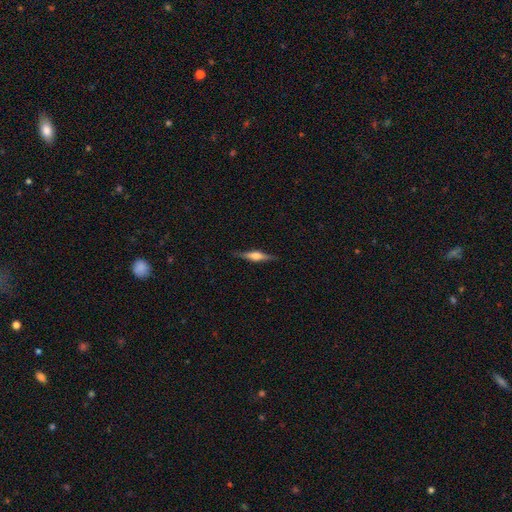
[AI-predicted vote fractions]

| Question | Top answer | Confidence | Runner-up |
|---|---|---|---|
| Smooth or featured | featured or disk | 68% | smooth (26%) |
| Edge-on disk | yes | 97% | no (3%) |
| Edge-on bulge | rounded | 83% | boxy (13%) |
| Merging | none | 87% | minor disturbance (9%) |